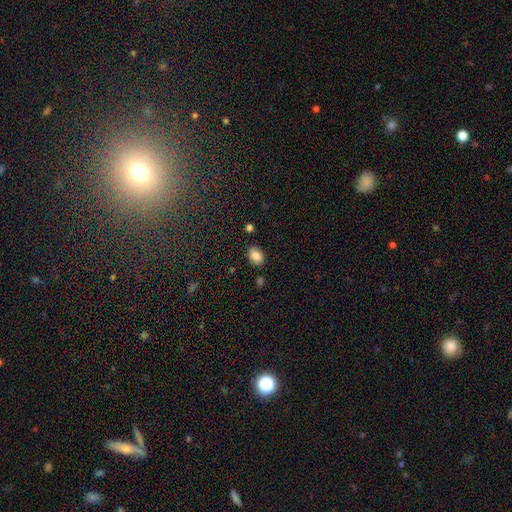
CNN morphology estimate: The model was most divided on "how rounded": in between: 82%, round: 17%, cigar-shaped: 1%. More confident: smooth or featured — smooth (84%); merging — none (83%).